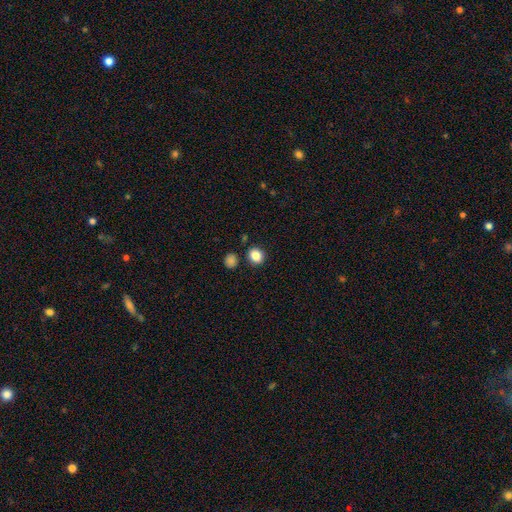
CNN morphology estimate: The model was most divided on "how rounded": round: 75%, in between: 24%, cigar-shaped: 1%. More confident: smooth or featured — smooth (85%); merging — none (85%).